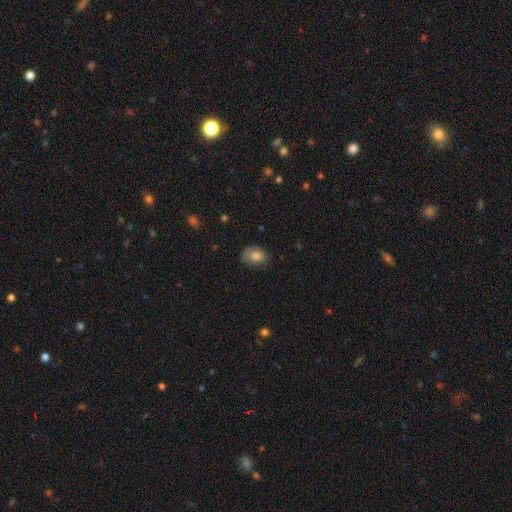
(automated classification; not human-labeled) Overall: smooth (79%). How rounded: in between (61%; round 38%). Merging: none (69%).